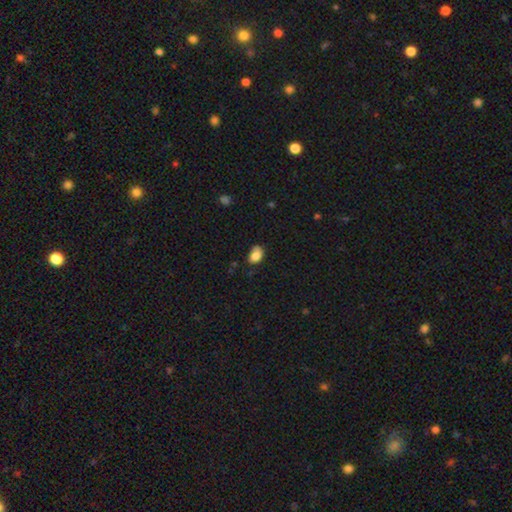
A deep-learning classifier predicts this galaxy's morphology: Q: Smooth or featured?
A: smooth (81%); runner-up: featured or disk (9%)
Q: How rounded?
A: in between (79%); runner-up: round (20%)
Q: Merging?
A: none (52%); runner-up: minor disturbance (35%)